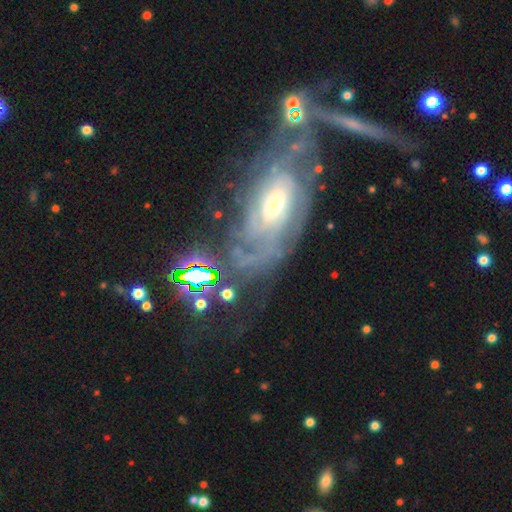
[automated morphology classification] This appears to be a featured or disk galaxy (81%) with no bar (57%), tight (61%) spiral arms (89%) and a moderate central bulge (58%). Merging: none (48%).